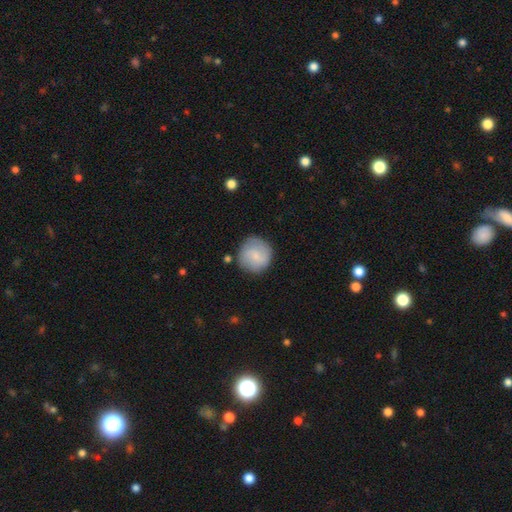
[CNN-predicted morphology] Q: Smooth or featured?
A: smooth (71%); runner-up: featured or disk (22%)
Q: How rounded?
A: round (92%); runner-up: in between (7%)
Q: Merging?
A: none (78%); runner-up: minor disturbance (15%)